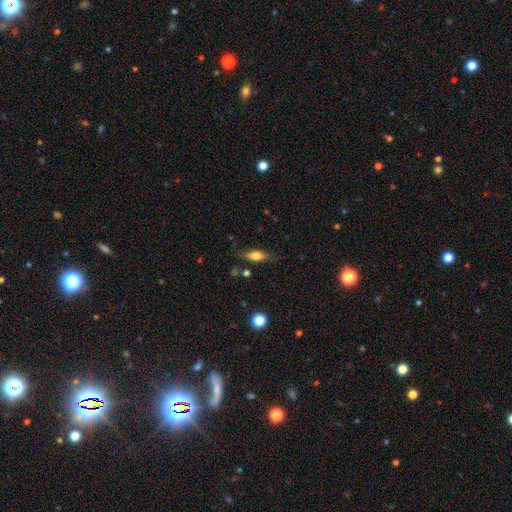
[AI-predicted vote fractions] A smooth galaxy with no disk features (70%) that is in between round and cigar-shaped (70%).

Vote fractions:
- Smooth or featured? smooth: 70% / featured or disk: 23% / star or artifact: 8%
- How rounded? in between: 70% / cigar-shaped: 25% / round: 4%
- Merging? none: 76% / minor disturbance: 17% / major disturbance: 5% / merger: 3%